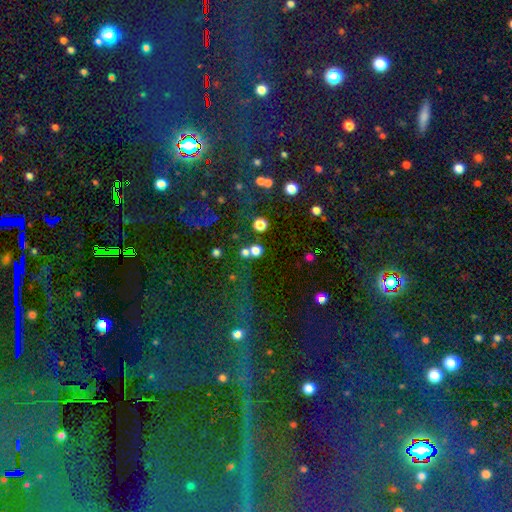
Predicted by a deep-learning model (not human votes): A star or artifact, not a galaxy (80%).